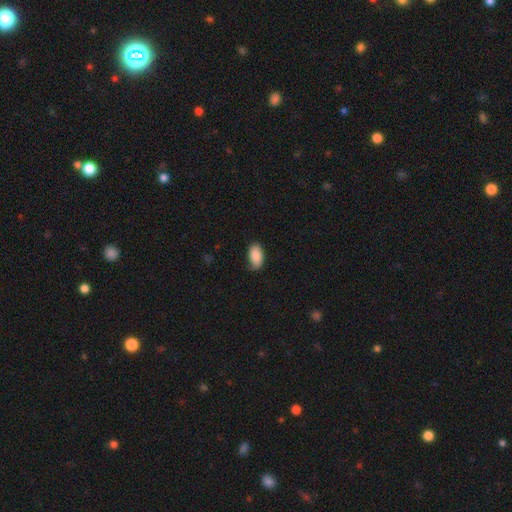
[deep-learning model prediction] Morphology: type=smooth (88%); roundness=in between (94%); merging=none (72%).